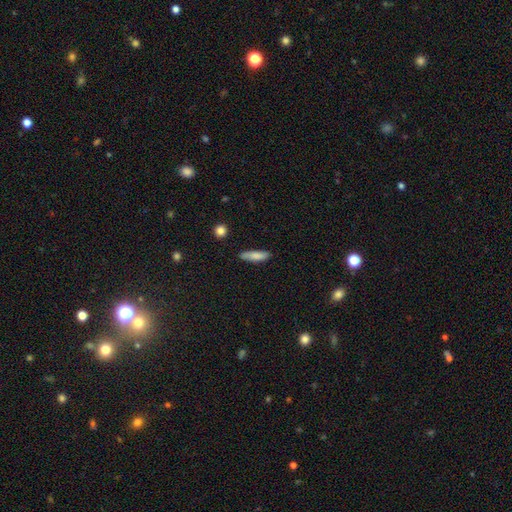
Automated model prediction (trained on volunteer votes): Smooth or featured? smooth (82%)
How rounded? cigar-shaped (61%)
Merging? none (79%)